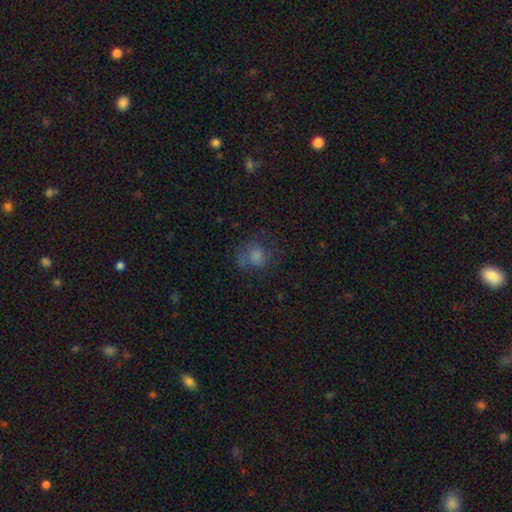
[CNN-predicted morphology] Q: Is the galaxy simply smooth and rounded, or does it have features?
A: smooth — 53%.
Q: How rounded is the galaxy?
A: round — 76%.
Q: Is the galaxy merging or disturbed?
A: none — 63%.